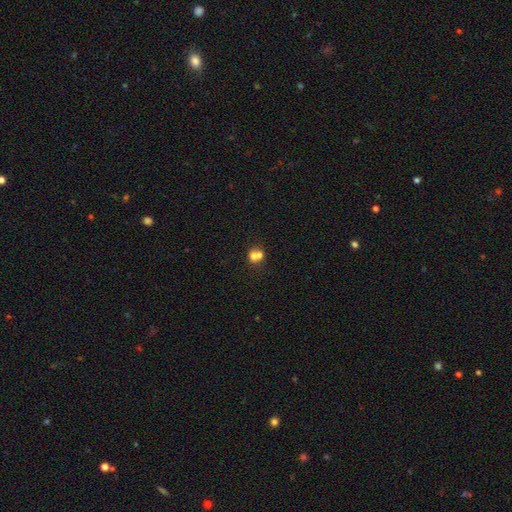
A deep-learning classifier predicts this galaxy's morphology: Smooth or featured? smooth (67%)
How rounded? round (74%)
Merging? merger (62%)